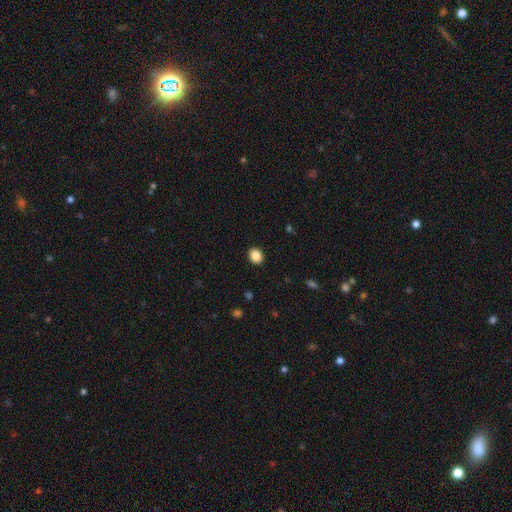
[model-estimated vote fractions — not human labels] A smooth galaxy with no disk features (88%) that is in between round and cigar-shaped (50%).

Vote fractions:
- Smooth or featured? smooth: 88% / star or artifact: 9% / featured or disk: 3%
- How rounded? in between: 50% / round: 49% / cigar-shaped: 1%
- Merging? none: 91% / minor disturbance: 6% / major disturbance: 2% / merger: 1%